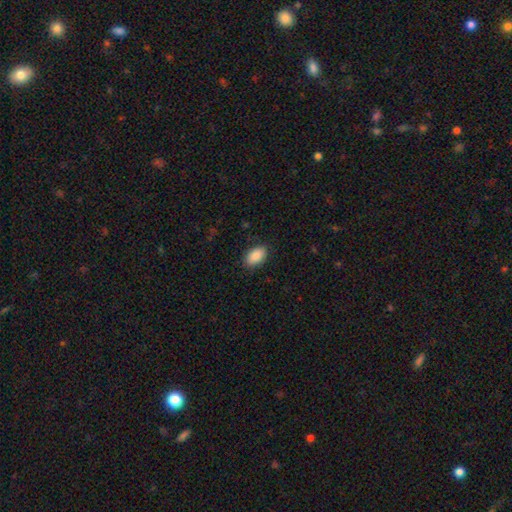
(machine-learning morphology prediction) A smooth galaxy with no disk features (90%) that is in between round and cigar-shaped (93%).

Vote fractions:
- Smooth or featured? smooth: 90% / star or artifact: 7% / featured or disk: 3%
- How rounded? in between: 93% / round: 6% / cigar-shaped: 2%
- Merging? none: 86% / minor disturbance: 10% / major disturbance: 3% / merger: 1%